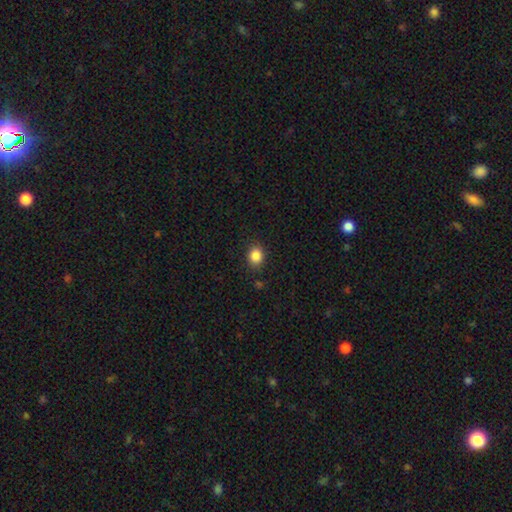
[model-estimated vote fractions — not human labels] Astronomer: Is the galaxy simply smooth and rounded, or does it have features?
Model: smooth — 86%.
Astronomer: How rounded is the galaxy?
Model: round — 62%.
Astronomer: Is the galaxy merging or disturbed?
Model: none — 86%.